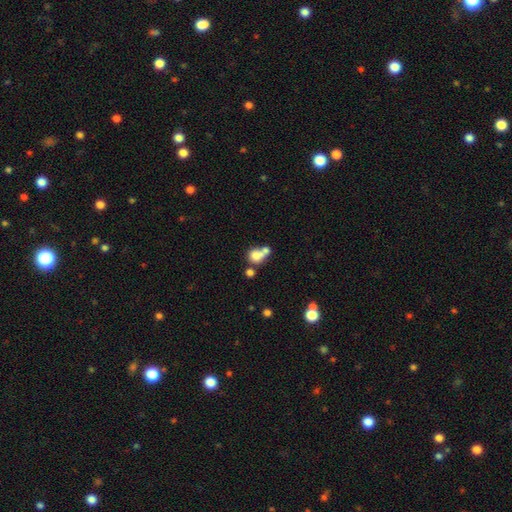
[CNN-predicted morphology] Smooth or featured? smooth (71%)
How rounded? round (68%)
Merging? merger (59%)